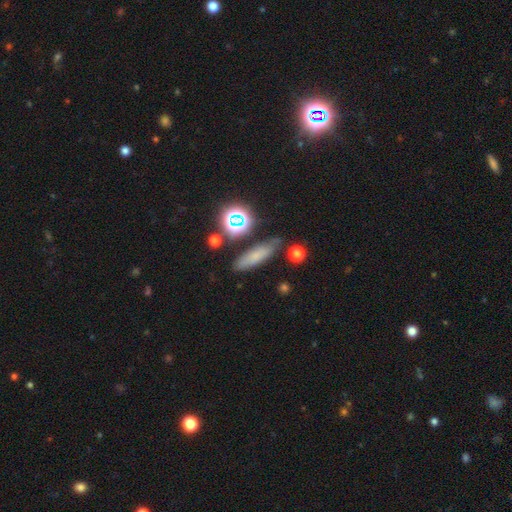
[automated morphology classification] smooth 64%, star or artifact 19%, featured or disk 18%. Down the decision tree: how rounded — cigar-shaped (63%); merging — none (76%).